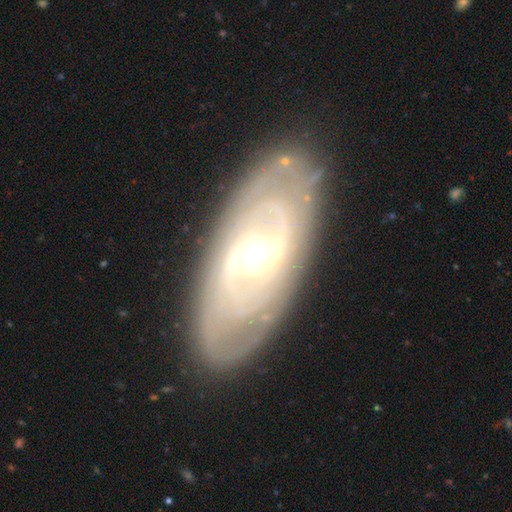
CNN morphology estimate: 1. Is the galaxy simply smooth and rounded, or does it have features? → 81% featured or disk, 14% smooth, 5% star or artifact.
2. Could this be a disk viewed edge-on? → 90% no, 10% yes.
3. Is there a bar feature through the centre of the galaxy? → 41% weak, 37% no, 22% strong.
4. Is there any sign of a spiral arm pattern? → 82% yes, 18% no.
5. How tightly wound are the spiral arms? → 67% tight, 25% medium, 8% loose.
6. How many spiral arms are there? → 41% can't tell, 38% 2, 9% 3, 5% 4, 4% more than 4, 4% 1.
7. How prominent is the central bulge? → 63% moderate, 29% small, 6% large, 1% dominant, 1% none.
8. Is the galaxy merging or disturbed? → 83% none, 12% minor disturbance, 4% major disturbance, 1% merger.